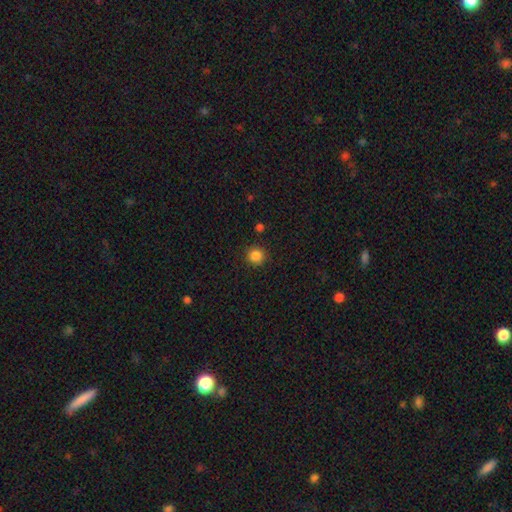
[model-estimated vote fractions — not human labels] Smooth or featured: smooth — 86% (star or artifact — 11%)
How rounded: round — 93% (in between — 6%)
Merging: none — 90% (minor disturbance — 6%)